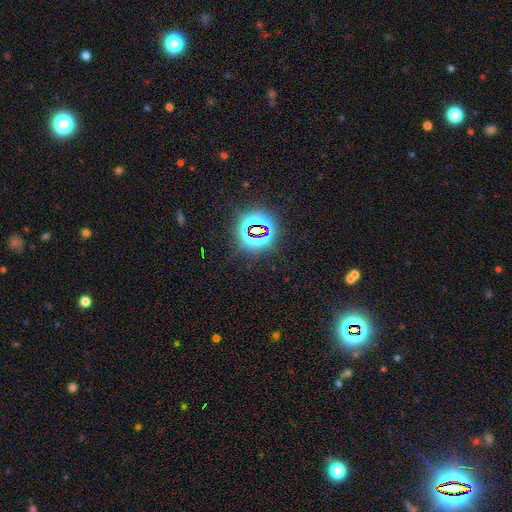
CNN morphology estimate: This appears to be a star or artifact, not a galaxy (82%).